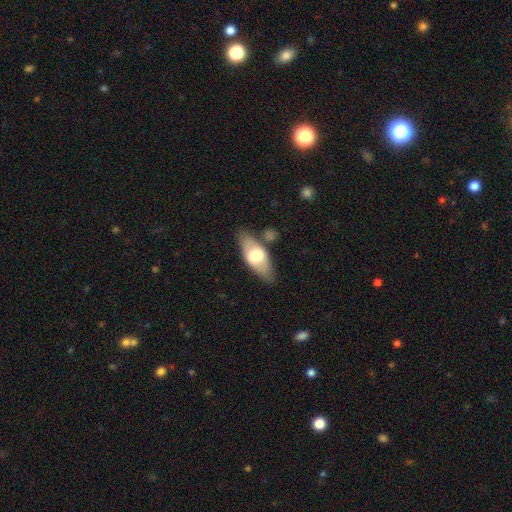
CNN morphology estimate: Overall: smooth (57%; featured or disk 37%). How rounded: in between (75%). Merging: none (76%).